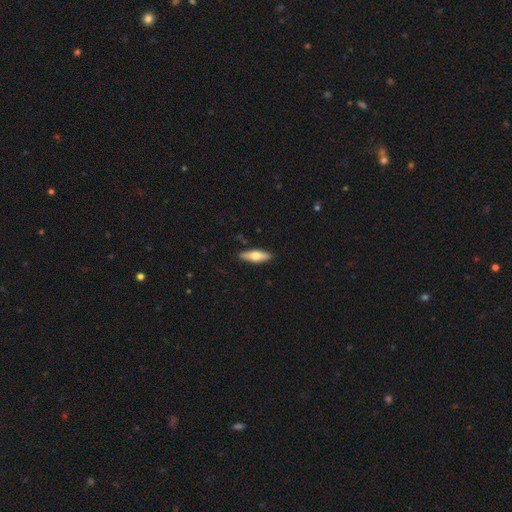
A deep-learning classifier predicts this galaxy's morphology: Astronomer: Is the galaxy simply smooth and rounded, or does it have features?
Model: smooth — 58% (runner-up: featured or disk, 37%).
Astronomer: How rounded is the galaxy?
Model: cigar-shaped — 52% (runner-up: in between, 46%).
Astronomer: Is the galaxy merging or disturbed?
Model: none — 90%.